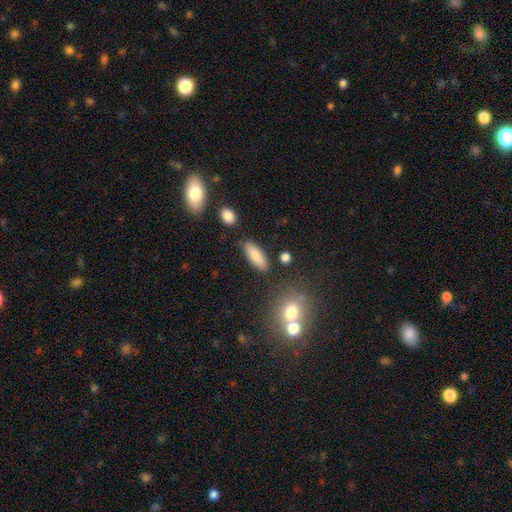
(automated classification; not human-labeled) smooth-or-featured: smooth: 85% | featured or disk: 8% | star or artifact: 7%
  how-rounded: in between: 69% | cigar-shaped: 29% | round: 2%
  merging: none: 81% | minor disturbance: 12% | merger: 4% | major disturbance: 3%